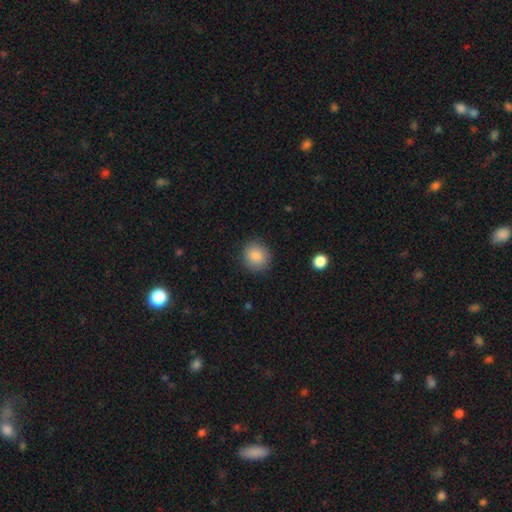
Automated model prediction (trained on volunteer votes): A smooth galaxy with no disk features (86%) that is round (87%). Merging: none (88%).